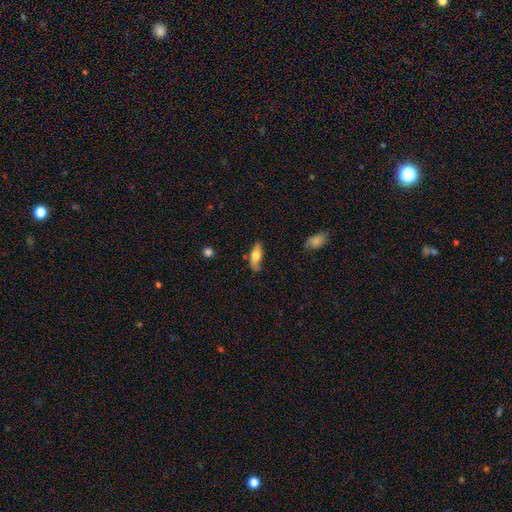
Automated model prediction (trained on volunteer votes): smooth_or_featured: smooth (p=0.67) [alt: featured or disk p=0.27]
how_rounded: in between (p=0.74) [alt: cigar-shaped p=0.23]
merging: none (p=0.63) [alt: minor disturbance p=0.28]